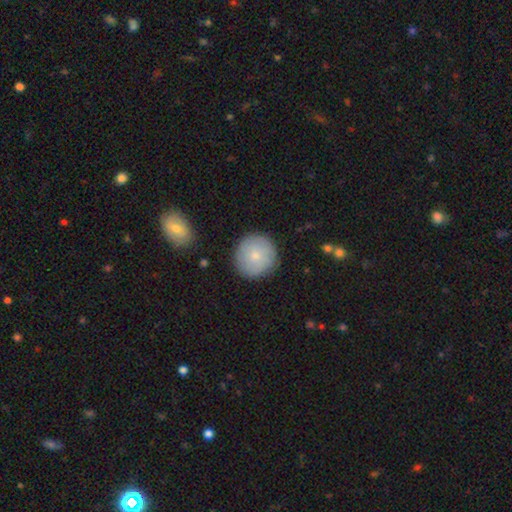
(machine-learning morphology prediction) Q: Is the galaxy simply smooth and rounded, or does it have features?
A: smooth — 75%.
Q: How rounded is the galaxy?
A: round — 94%.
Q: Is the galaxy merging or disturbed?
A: none — 86%.